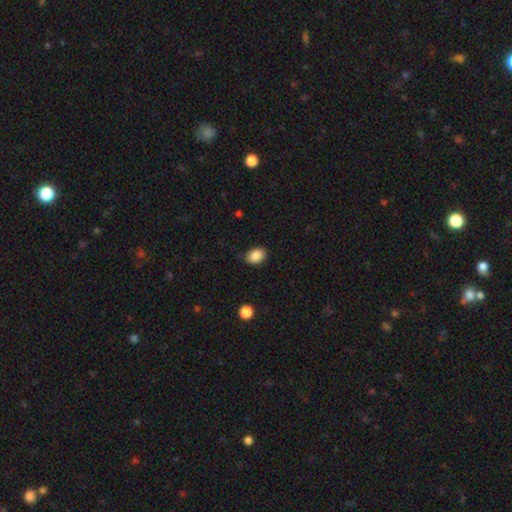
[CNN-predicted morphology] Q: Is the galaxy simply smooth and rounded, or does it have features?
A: smooth — 88%.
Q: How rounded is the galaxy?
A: in between — 75%.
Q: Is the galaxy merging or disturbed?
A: none — 83%.